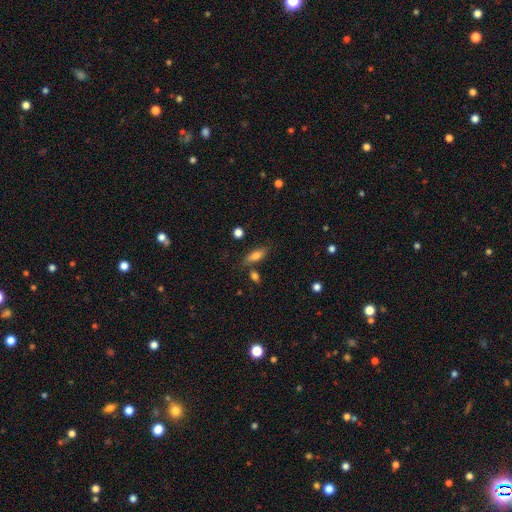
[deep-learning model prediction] This is likely a smooth galaxy (72%). How rounded: likely in between (69%). Merging: likely none (72%).